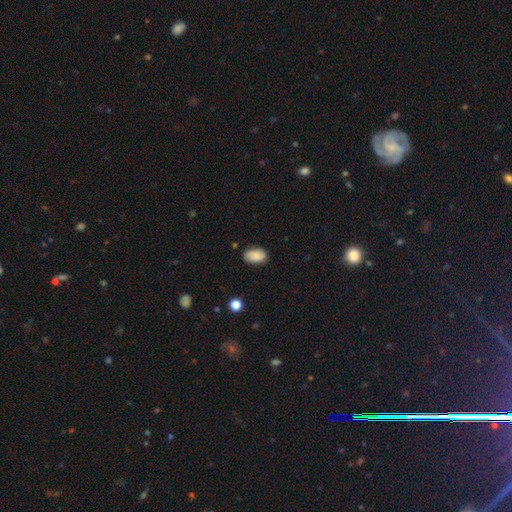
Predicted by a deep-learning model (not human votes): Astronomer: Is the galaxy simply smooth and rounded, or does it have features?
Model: smooth — 81%.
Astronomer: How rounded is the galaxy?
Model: in between — 91%.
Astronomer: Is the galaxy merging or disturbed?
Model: none — 78%.